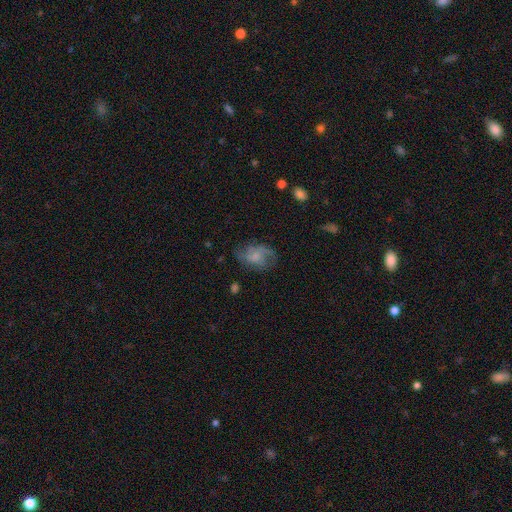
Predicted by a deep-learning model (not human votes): Morphology: type=featured or disk (51%); edge-on=no (97%); merging=none (54%).